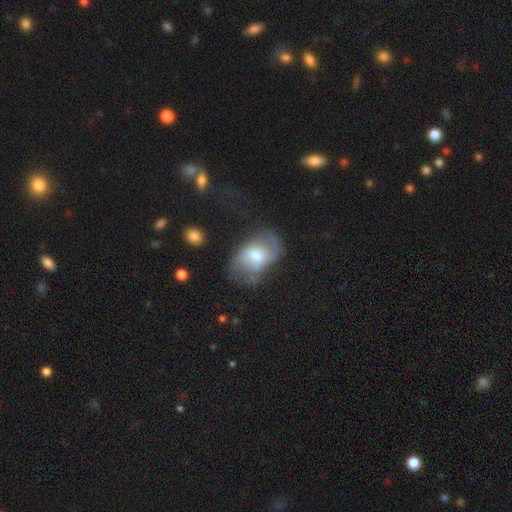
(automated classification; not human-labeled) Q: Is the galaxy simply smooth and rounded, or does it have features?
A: smooth — 46%, tied with featured or disk.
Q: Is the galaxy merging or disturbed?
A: none — 37%.